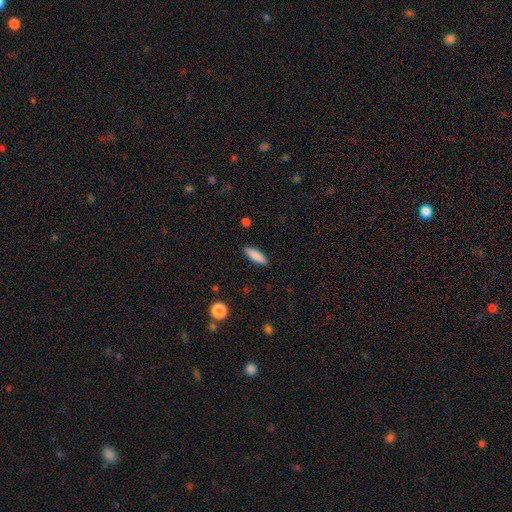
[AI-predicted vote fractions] A smooth galaxy with no disk features (86%) that is cigar-shaped (56%).

Vote fractions:
- Smooth or featured? smooth: 86% / featured or disk: 7% / star or artifact: 7%
- How rounded? cigar-shaped: 56% / in between: 43% / round: 2%
- Merging? none: 89% / minor disturbance: 8% / major disturbance: 2% / merger: 1%